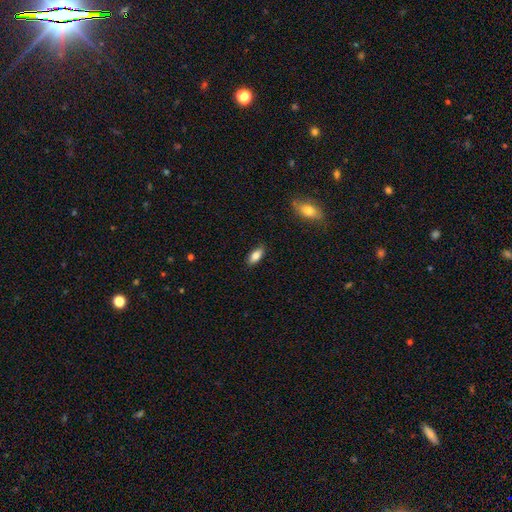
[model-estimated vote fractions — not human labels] The model was most divided on "smooth or featured": smooth: 82%, featured or disk: 11%, star or artifact: 7%. More confident: merging — none (86%); how rounded — in between (85%).